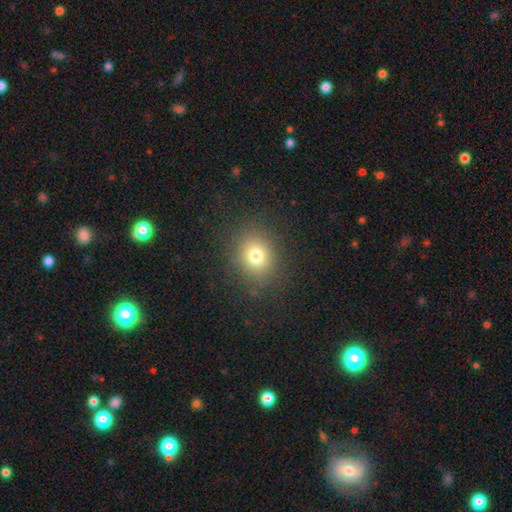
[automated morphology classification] Smooth or featured? smooth (76%)
How rounded? round (69%)
Merging? none (86%)